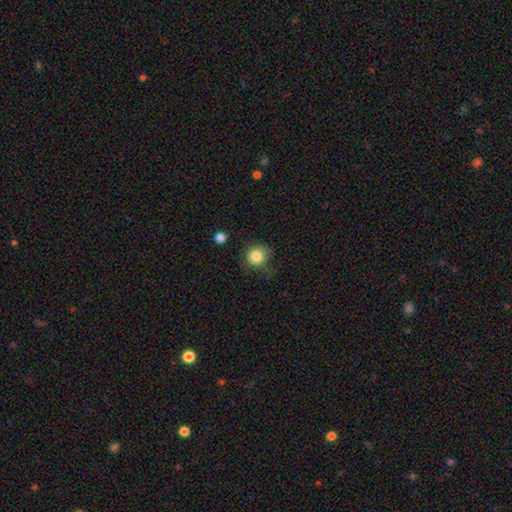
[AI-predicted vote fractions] The model was most divided on "merging": none: 67%, minor disturbance: 23%, major disturbance: 7%, merger: 3%. More confident: how rounded — round (85%); smooth or featured — smooth (84%).